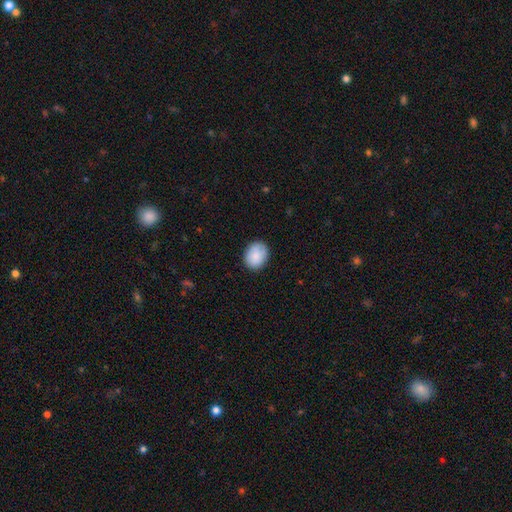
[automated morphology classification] smooth 85%, featured or disk 8%, star or artifact 7%. Down the decision tree: how rounded — in between (54%); merging — none (83%).